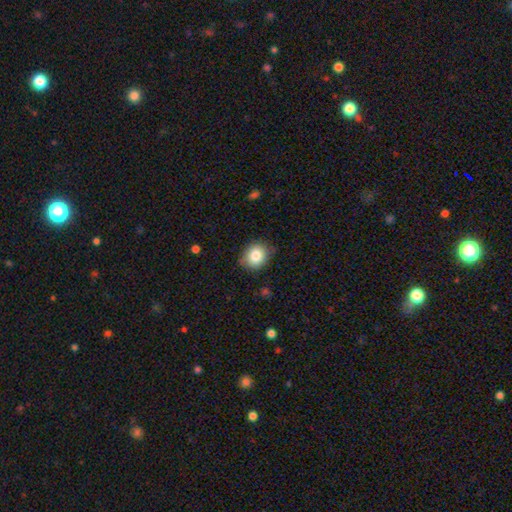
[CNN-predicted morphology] The model was most divided on "how rounded": round: 72%, in between: 27%, cigar-shaped: 1%. More confident: smooth or featured — smooth (83%); merging — none (80%).